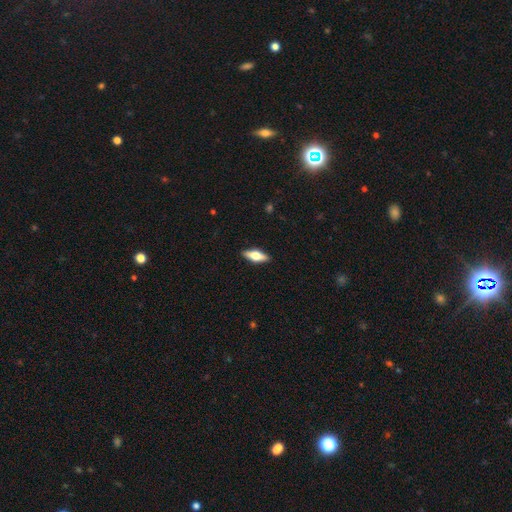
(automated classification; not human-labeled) Smooth or featured? smooth (50%)
Merging? none (90%)